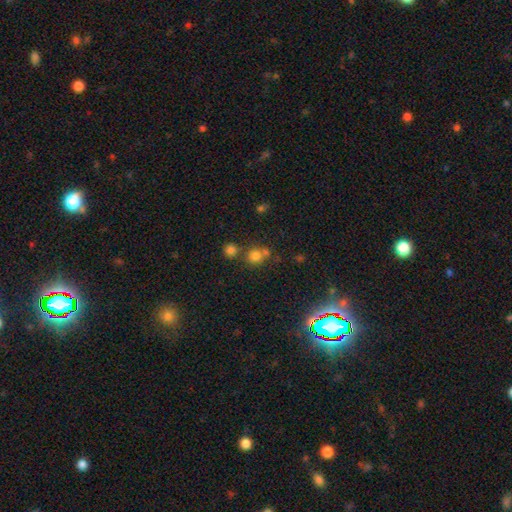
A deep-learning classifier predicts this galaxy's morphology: smooth 72%, star or artifact 20%, featured or disk 8%. Down the decision tree: how rounded — round (88%); merging — none (61%).